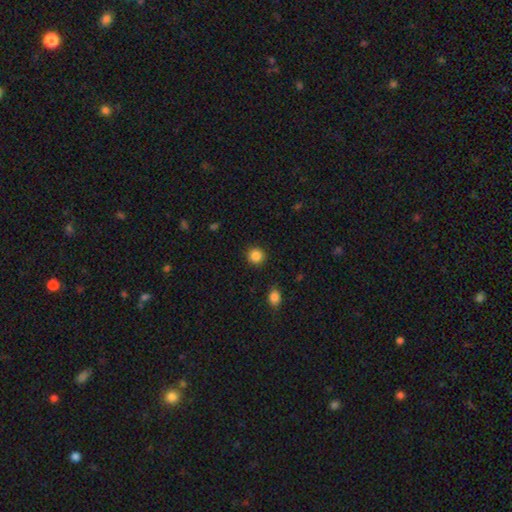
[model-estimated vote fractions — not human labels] The model was most divided on "smooth or featured": smooth: 86%, star or artifact: 11%, featured or disk: 3%. More confident: how rounded — round (93%); merging — none (91%).